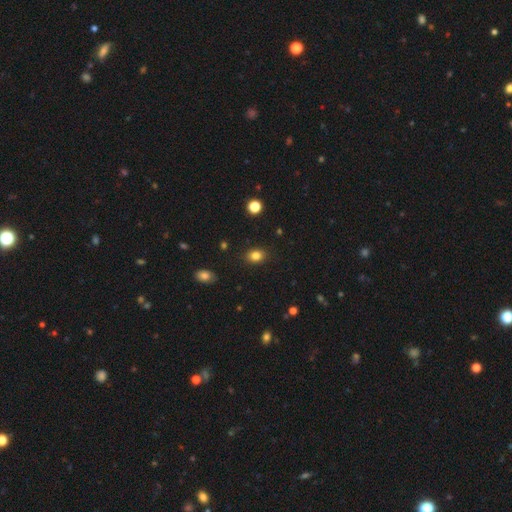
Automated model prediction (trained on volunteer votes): A smooth galaxy with no disk features (82%) that is in between round and cigar-shaped (63%).

Vote fractions:
- Smooth or featured? smooth: 82% / star or artifact: 11% / featured or disk: 6%
- How rounded? in between: 63% / round: 36% / cigar-shaped: 1%
- Merging? none: 87% / minor disturbance: 9% / major disturbance: 2% / merger: 1%